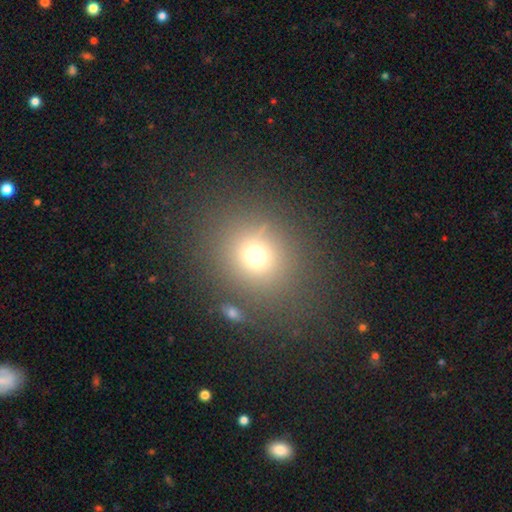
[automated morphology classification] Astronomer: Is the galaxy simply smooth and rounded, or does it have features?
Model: smooth — 69%.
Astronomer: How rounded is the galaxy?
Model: round — 84%.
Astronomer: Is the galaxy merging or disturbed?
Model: none — 79%.